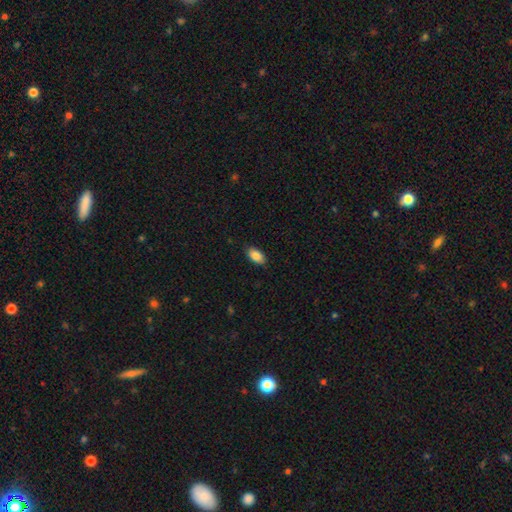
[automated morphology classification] smooth-or-featured: smooth: 87% | star or artifact: 7% | featured or disk: 6%
  how-rounded: in between: 93% | round: 4% | cigar-shaped: 3%
  merging: none: 87% | minor disturbance: 10% | major disturbance: 2% | merger: 1%